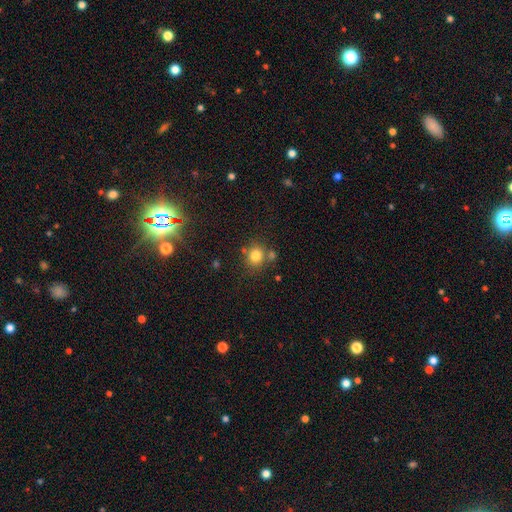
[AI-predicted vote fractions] smooth_or_featured: smooth (p=0.80) [alt: star or artifact p=0.13]
how_rounded: round (p=0.84) [alt: in between p=0.15]
merging: none (p=0.69) [alt: merger p=0.17]